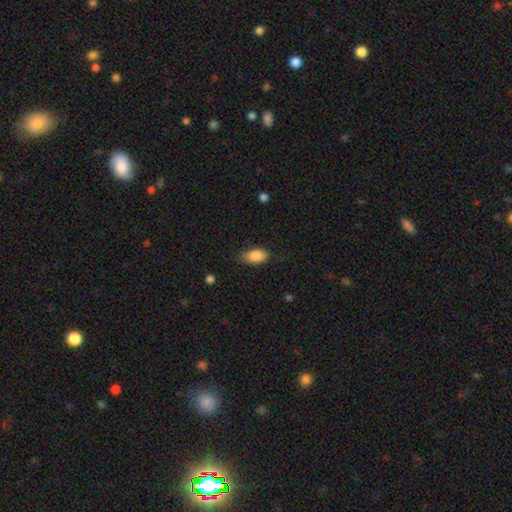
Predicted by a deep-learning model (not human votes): The model was most divided on "merging": none: 72%, minor disturbance: 22%, major disturbance: 4%, merger: 1%. More confident: how rounded — in between (91%); smooth or featured — smooth (87%).